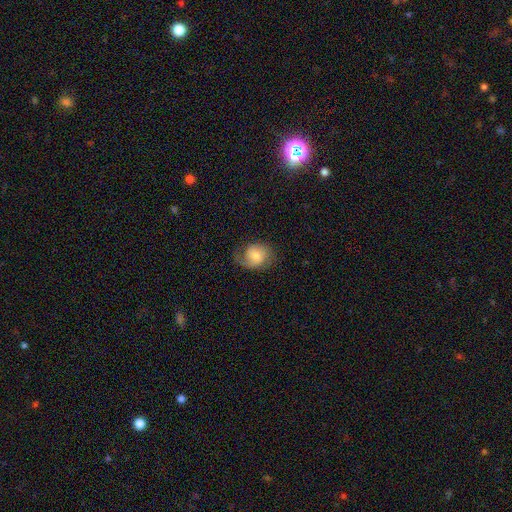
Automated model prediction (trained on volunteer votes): Overall: smooth (51%; featured or disk 41%). How rounded: round (52%; in between 47%). Merging: none (56%; minor disturbance 25%).